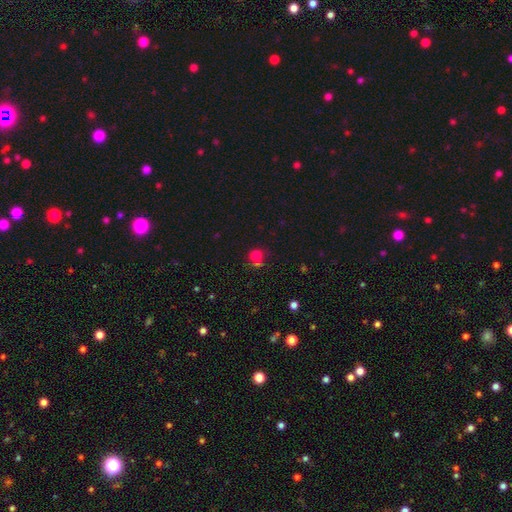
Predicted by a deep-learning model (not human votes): This is likely a smooth galaxy (71%). How rounded: likely round (74%). Merging: possibly none (46%).